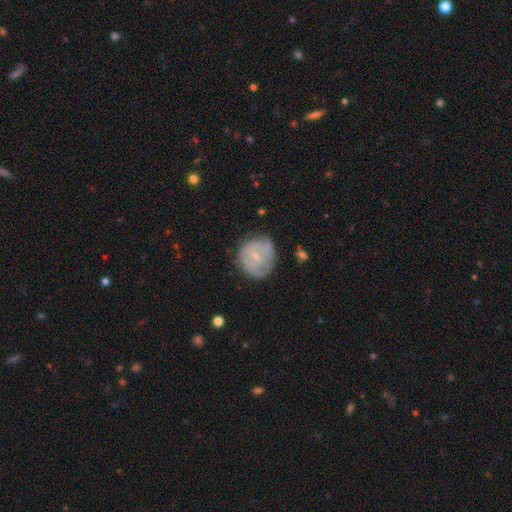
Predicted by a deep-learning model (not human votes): This is possibly a featured or disk galaxy (48%). Merging: possibly none (58%).